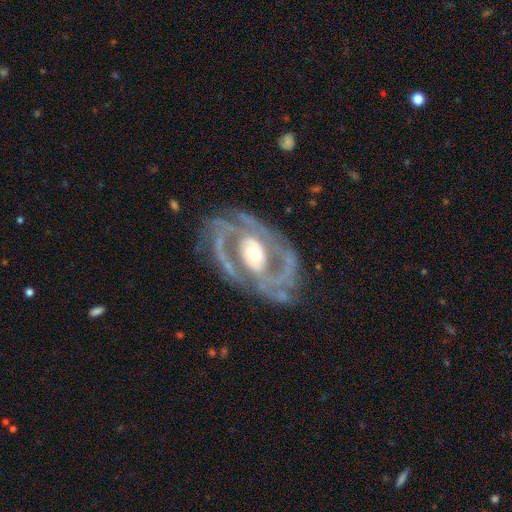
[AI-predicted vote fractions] The model was most divided on "spiral winding": tight: 46%, medium: 43%, loose: 11%. Remaining: edge-on disk — no (96%); spiral arms — yes (95%); smooth or featured — featured or disk (91%); merging — none (71%); spiral arm count — 2 (68%); bulge size — moderate (68%); bar — no (47%).